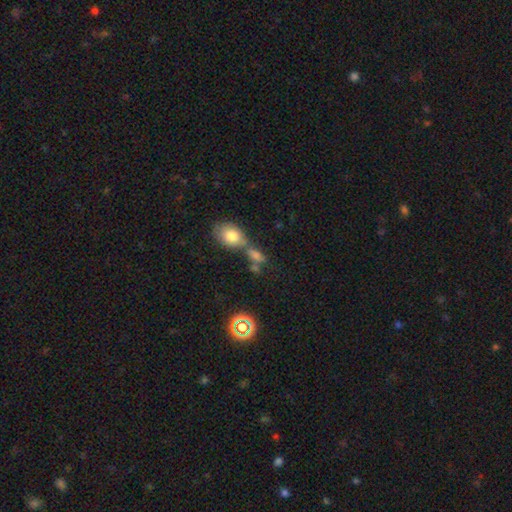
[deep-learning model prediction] This is likely a smooth galaxy (69%). How rounded: likely in between (73%). Merging: possibly merger (51%).